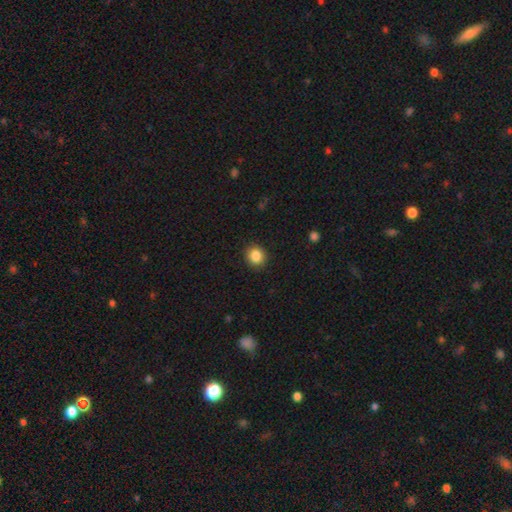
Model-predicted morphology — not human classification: Smooth or featured? smooth (86%)
How rounded? round (84%)
Merging? none (91%)